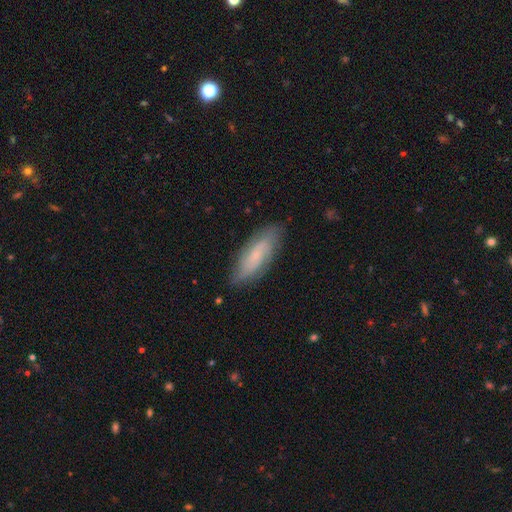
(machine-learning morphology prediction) Smooth or featured? featured or disk (50%)
Edge-on disk? no (80%)
Merging? none (79%)